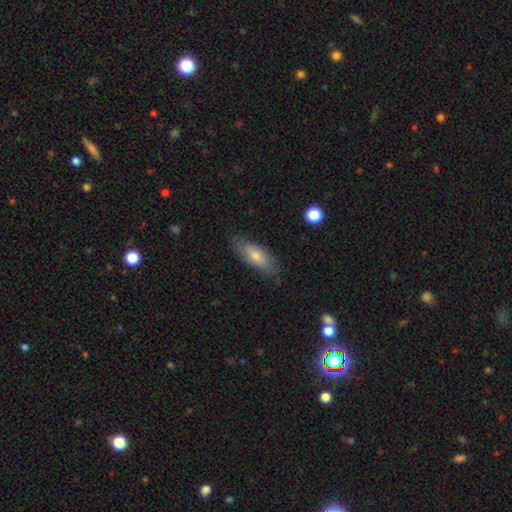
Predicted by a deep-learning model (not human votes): smooth_or_featured: smooth (p=0.68) [alt: featured or disk p=0.25]
how_rounded: in between (p=0.67) [alt: cigar-shaped p=0.30]
merging: none (p=0.82) [alt: minor disturbance p=0.14]